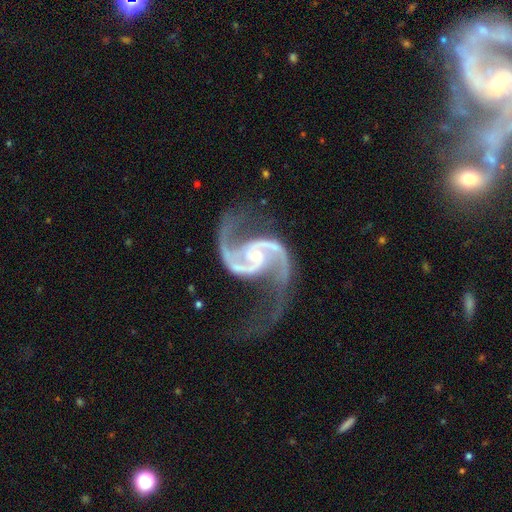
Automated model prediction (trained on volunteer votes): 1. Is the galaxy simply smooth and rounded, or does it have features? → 95% featured or disk, 4% star or artifact, 2% smooth.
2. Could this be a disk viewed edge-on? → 98% no, 2% yes.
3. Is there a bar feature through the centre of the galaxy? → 46% no, 37% weak, 18% strong.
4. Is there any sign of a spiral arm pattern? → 99% yes, 1% no.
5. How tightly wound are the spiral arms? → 49% medium, 42% loose, 9% tight.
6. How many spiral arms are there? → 94% 2, 1% 3, 1% can't tell, 1% 1, 1% 4, 1% more than 4.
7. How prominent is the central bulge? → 68% small, 28% moderate, 2% none, 1% large, 1% dominant.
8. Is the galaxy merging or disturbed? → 60% none, 19% major disturbance, 17% minor disturbance, 3% merger.